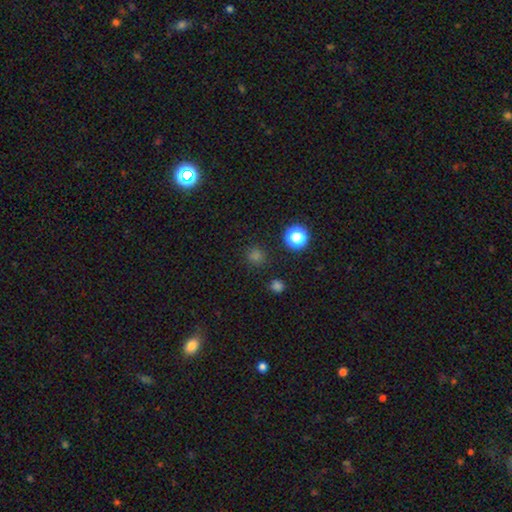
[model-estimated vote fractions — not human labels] Overall: smooth (68%). How rounded: round (92%). Merging: none (88%).